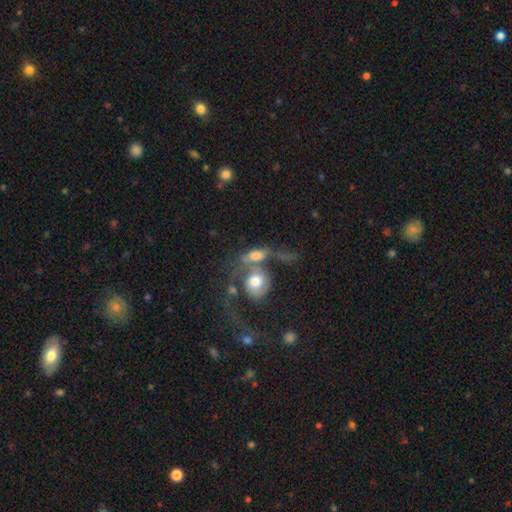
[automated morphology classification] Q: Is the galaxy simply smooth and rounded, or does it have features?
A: smooth — 54%.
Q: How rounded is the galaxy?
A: in between — 70%.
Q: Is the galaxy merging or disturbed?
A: merger — 58%.